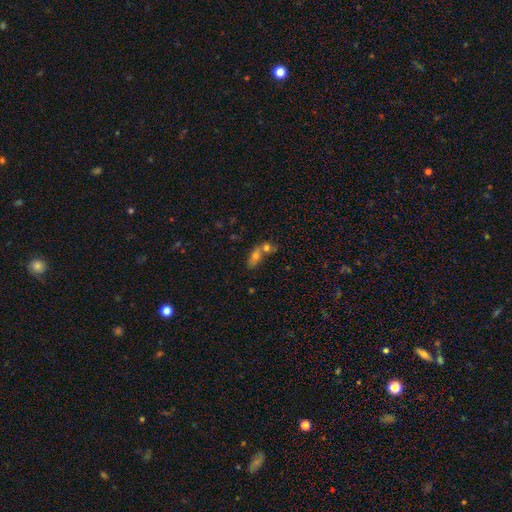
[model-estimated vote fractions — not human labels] This appears to be a smooth galaxy with no disk features (66%) that is in between round and cigar-shaped (70%). Merging: merger (63%).